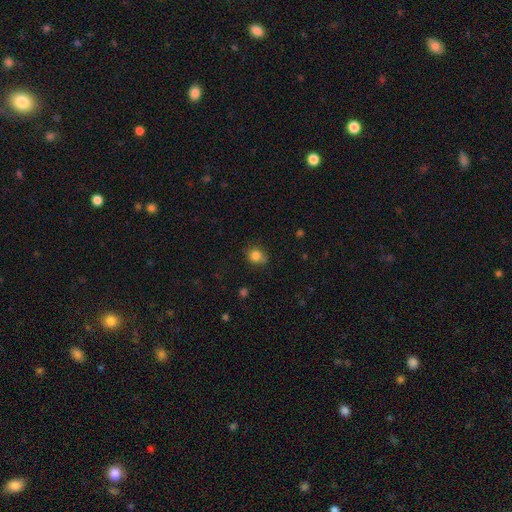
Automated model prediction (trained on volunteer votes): Smooth or featured? smooth (83%)
How rounded? round (68%)
Merging? none (66%)